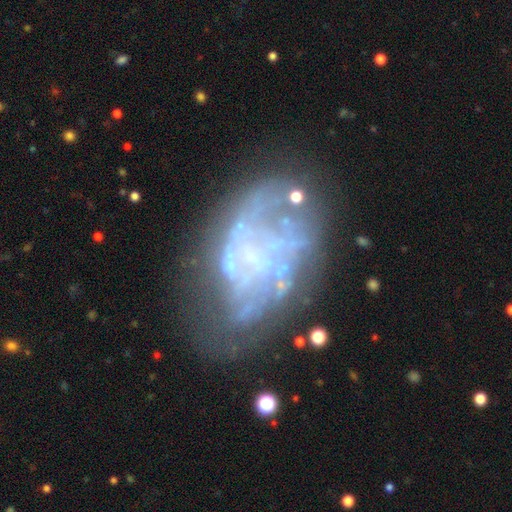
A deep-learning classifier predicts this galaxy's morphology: type=featured or disk (74%); edge-on=no (97%); bar=no (83%); spiral arms=no (59%); bulge=none (75%); merging=none (47%).